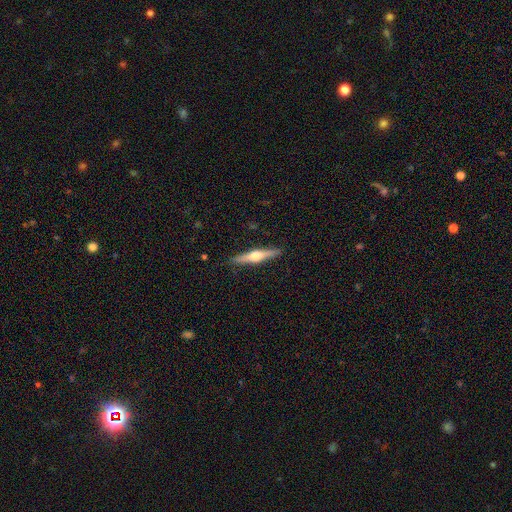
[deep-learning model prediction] smooth-or-featured: featured or disk: 67% | smooth: 27% | star or artifact: 5%
  disk-edge-on: yes: 97% | no: 3%
    edge-on-bulge: rounded: 94% | boxy: 3% | none: 3%
  merging: none: 90% | minor disturbance: 8% | major disturbance: 2% | merger: 1%